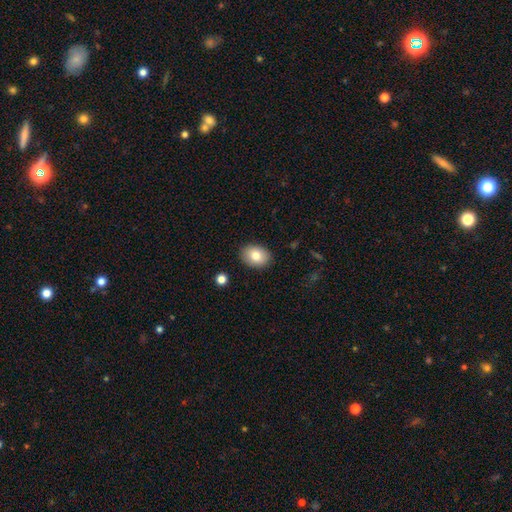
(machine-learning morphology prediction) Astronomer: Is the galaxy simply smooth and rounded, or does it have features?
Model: smooth — 81%.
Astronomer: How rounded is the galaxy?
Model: in between — 70%.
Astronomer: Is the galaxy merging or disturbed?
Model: none — 89%.